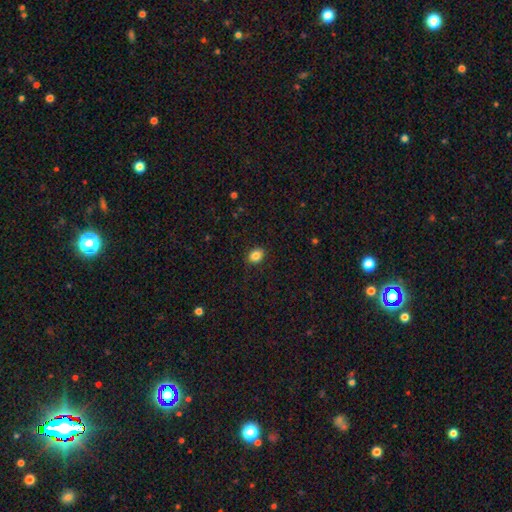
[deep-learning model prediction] A smooth galaxy with no disk features (85%) that is in between round and cigar-shaped (53%).

Vote fractions:
- Smooth or featured? smooth: 85% / star or artifact: 10% / featured or disk: 5%
- How rounded? in between: 53% / round: 46% / cigar-shaped: 1%
- Merging? none: 89% / minor disturbance: 8% / major disturbance: 2% / merger: 1%